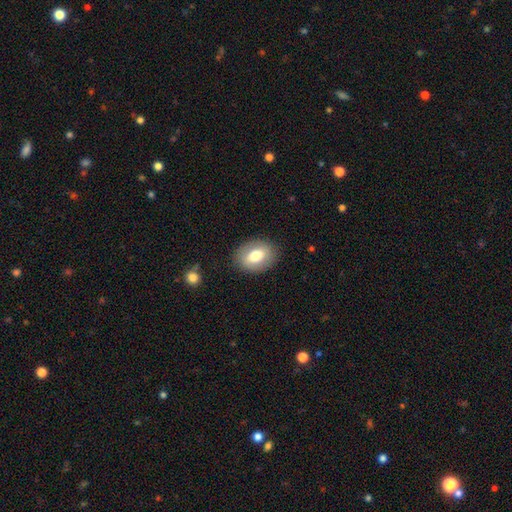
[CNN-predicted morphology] Q: Smooth or featured?
A: smooth (69%); runner-up: featured or disk (24%)
Q: How rounded?
A: in between (72%); runner-up: round (27%)
Q: Merging?
A: none (86%); runner-up: minor disturbance (10%)